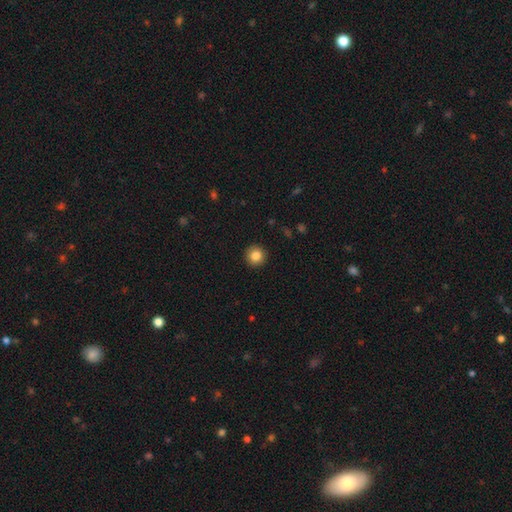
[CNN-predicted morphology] Smooth or featured? smooth (84%)
How rounded? round (95%)
Merging? none (93%)